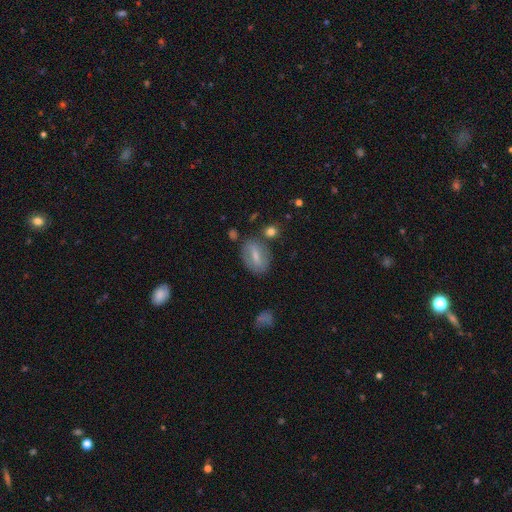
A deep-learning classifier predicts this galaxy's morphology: A smooth galaxy with no disk features (54%) that is in between round and cigar-shaped (79%). Merging: none (71%).